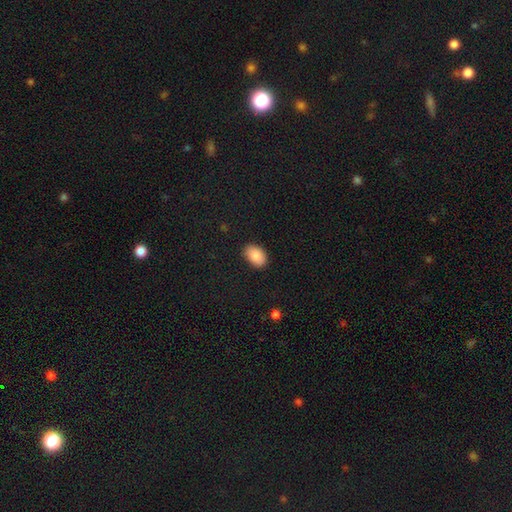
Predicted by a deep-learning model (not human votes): This is clearly a smooth galaxy (89%). How rounded: clearly in between (88%). Merging: clearly none (86%).